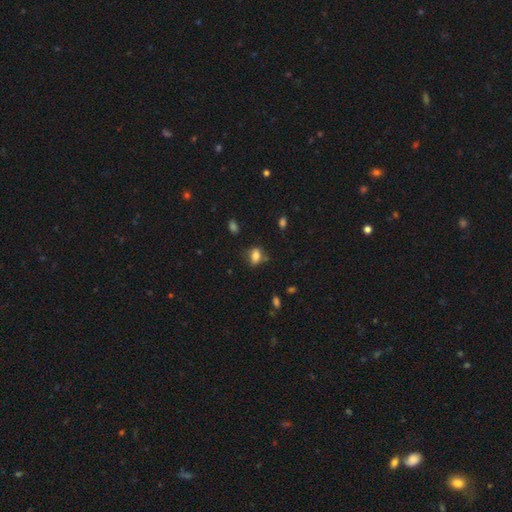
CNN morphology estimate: The model was most divided on "merging": none: 64%, minor disturbance: 23%, major disturbance: 7%, merger: 5%. More confident: smooth or featured — smooth (77%); how rounded — in between (76%).